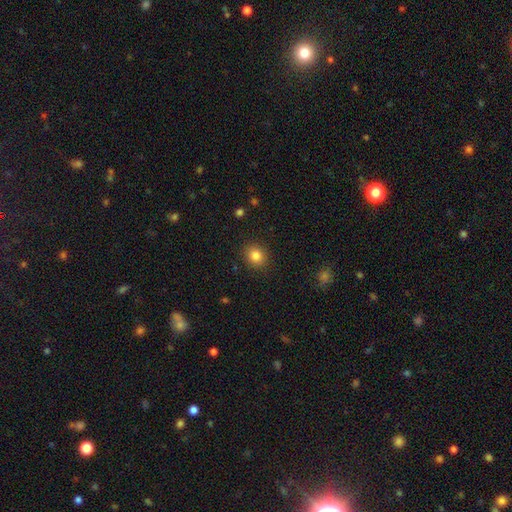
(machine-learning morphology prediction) type=smooth (84%); roundness=round (80%); merging=none (90%).